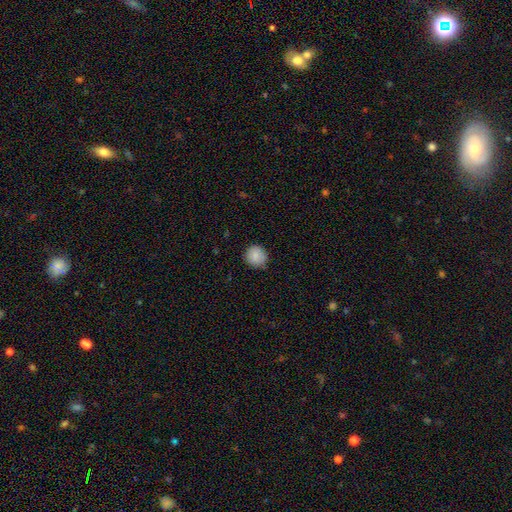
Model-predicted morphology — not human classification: type=smooth (85%); roundness=round (92%); merging=none (83%).